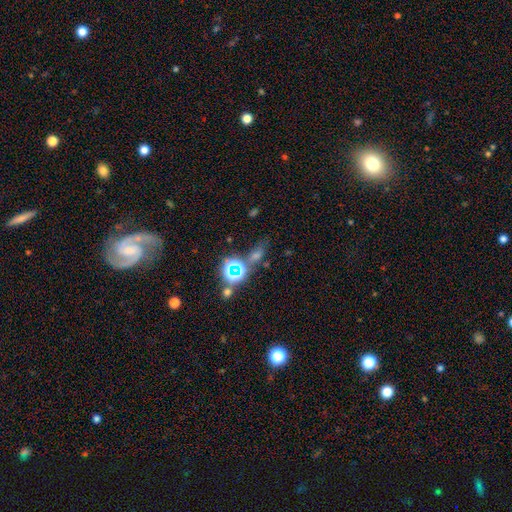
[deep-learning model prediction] A star or artifact, not a galaxy (55%).

Vote fractions:
- Smooth or featured? star or artifact: 55% / smooth: 31% / featured or disk: 13%